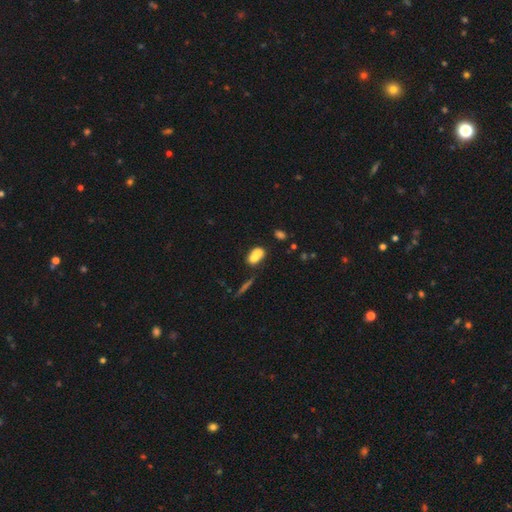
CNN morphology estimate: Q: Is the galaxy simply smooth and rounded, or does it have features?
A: smooth — 76%.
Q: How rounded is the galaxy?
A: in between — 83%.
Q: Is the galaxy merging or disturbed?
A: merger — 40%.